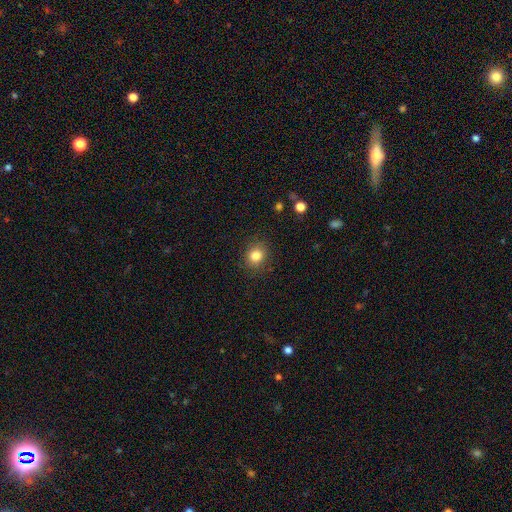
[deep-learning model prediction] Smooth or featured: smooth — 83% (star or artifact — 11%)
How rounded: round — 72% (in between — 27%)
Merging: none — 86% (minor disturbance — 10%)